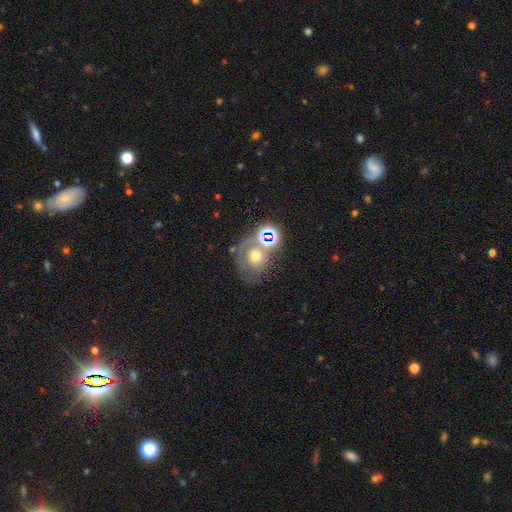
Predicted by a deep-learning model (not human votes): smooth_or_featured: smooth (p=0.49) [alt: featured or disk p=0.29]
merging: none (p=0.45) [alt: merger p=0.29]